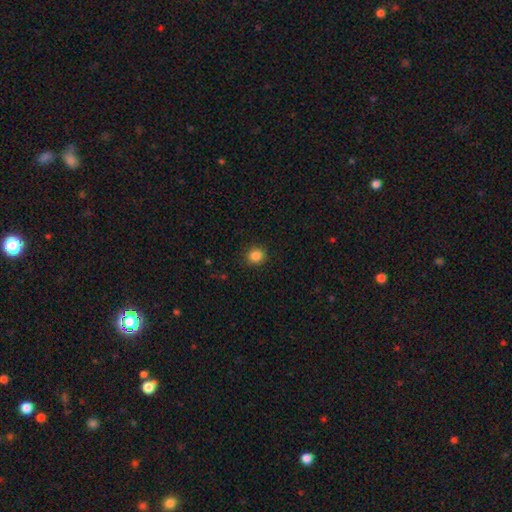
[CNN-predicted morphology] Smooth or featured? Predicted: smooth (p=0.85). How rounded? Predicted: round (p=0.86). Merging? Predicted: none (p=0.91).